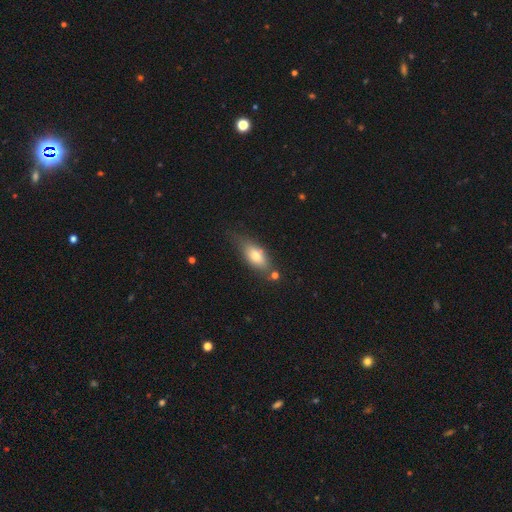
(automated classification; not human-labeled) Morphology: type=smooth (70%); roundness=in between (77%); merging=none (62%).